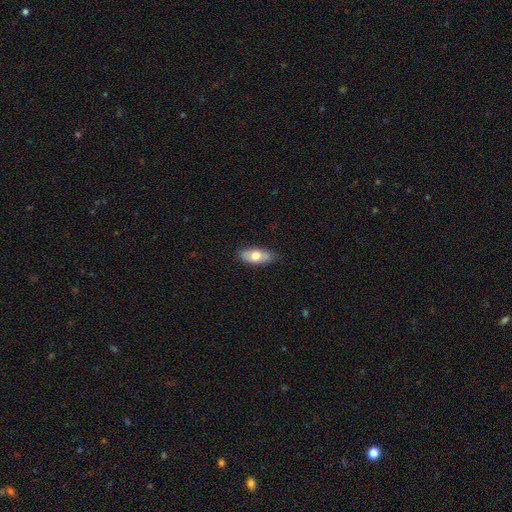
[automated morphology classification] Smooth or featured? smooth (67%)
How rounded? in between (85%)
Merging? none (83%)